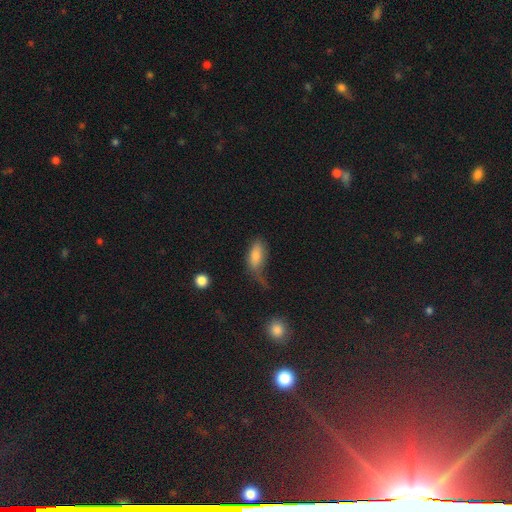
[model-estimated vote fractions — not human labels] This appears to be a smooth galaxy with no disk features (76%) that is in between round and cigar-shaped (86%). Merging: none (34%).